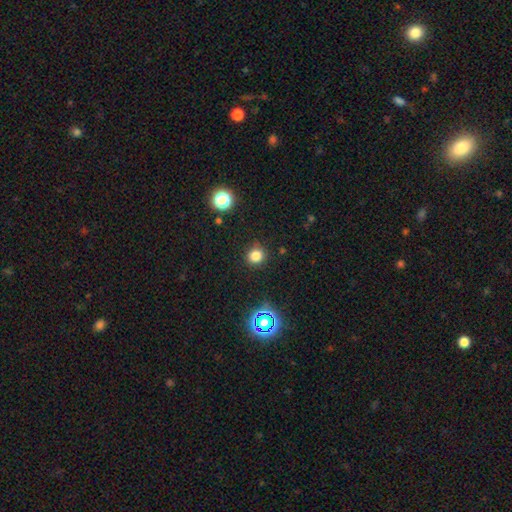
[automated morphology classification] Q: Smooth or featured?
A: smooth (79%); runner-up: star or artifact (17%)
Q: How rounded?
A: round (90%); runner-up: in between (9%)
Q: Merging?
A: none (88%); runner-up: minor disturbance (8%)